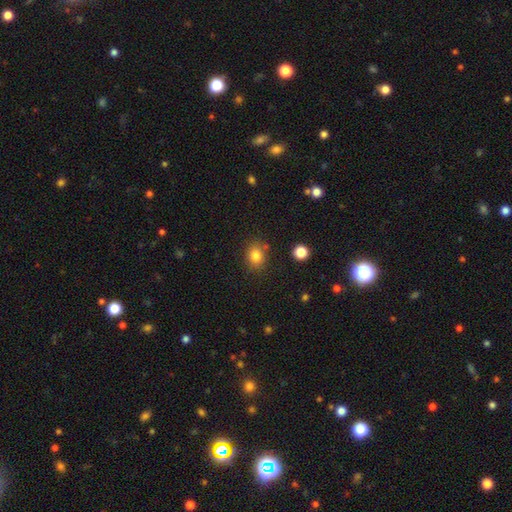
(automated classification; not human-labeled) A smooth galaxy with no disk features (82%) that is round (58%).

Vote fractions:
- Smooth or featured? smooth: 82% / star or artifact: 11% / featured or disk: 7%
- How rounded? round: 58% / in between: 41% / cigar-shaped: 1%
- Merging? none: 79% / minor disturbance: 12% / merger: 5% / major disturbance: 4%